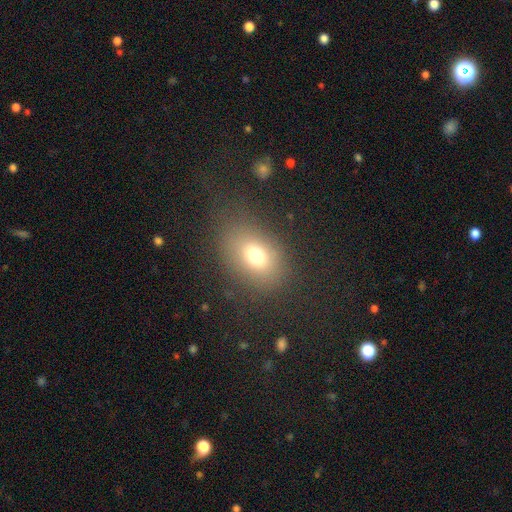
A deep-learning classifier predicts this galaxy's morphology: smooth_or_featured: smooth (p=0.74) [alt: featured or disk p=0.13]
how_rounded: in between (p=0.74) [alt: round p=0.24]
merging: none (p=0.73) [alt: minor disturbance p=0.15]